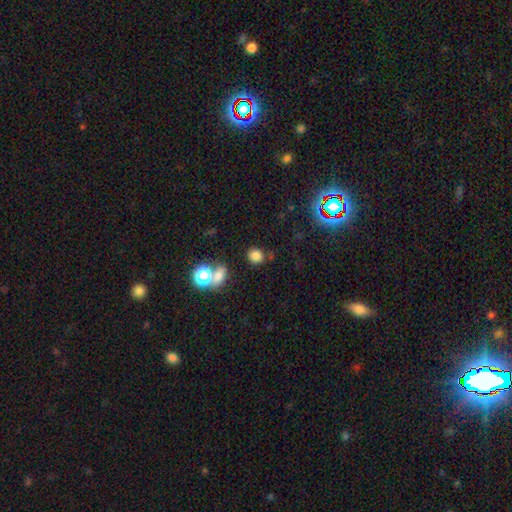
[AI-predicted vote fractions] smooth 79%, star or artifact 15%, featured or disk 6%. Down the decision tree: how rounded — round (75%); merging — none (75%).